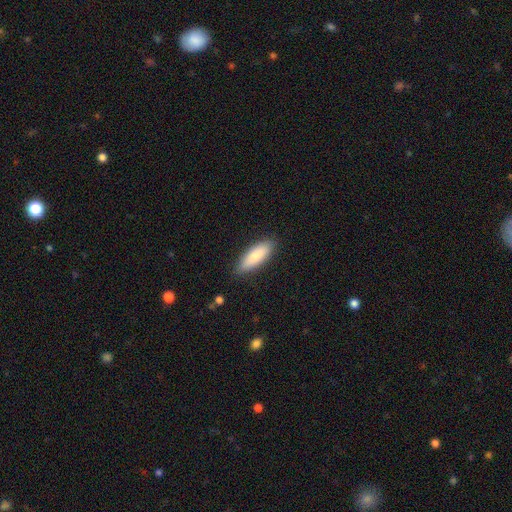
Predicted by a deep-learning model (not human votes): Q: Smooth or featured?
A: smooth (81%); runner-up: featured or disk (13%)
Q: How rounded?
A: in between (63%); runner-up: cigar-shaped (35%)
Q: Merging?
A: none (86%); runner-up: minor disturbance (10%)